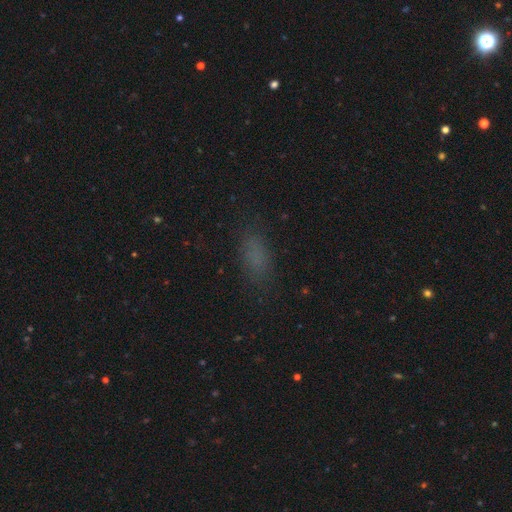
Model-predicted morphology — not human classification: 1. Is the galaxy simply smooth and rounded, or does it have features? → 73% smooth, 19% star or artifact, 8% featured or disk.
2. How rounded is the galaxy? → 78% in between, 16% cigar-shaped, 5% round.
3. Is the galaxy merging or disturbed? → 79% none, 14% minor disturbance, 6% major disturbance, 1% merger.